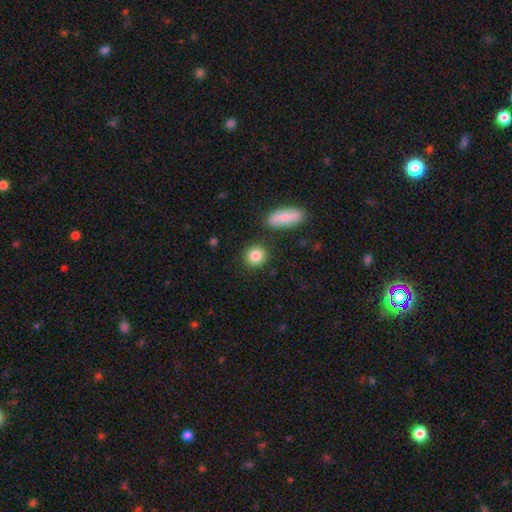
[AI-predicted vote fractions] smooth_or_featured: smooth (p=0.85) [alt: star or artifact p=0.08]
how_rounded: round (p=0.80) [alt: in between p=0.18]
merging: none (p=0.84) [alt: minor disturbance p=0.08]